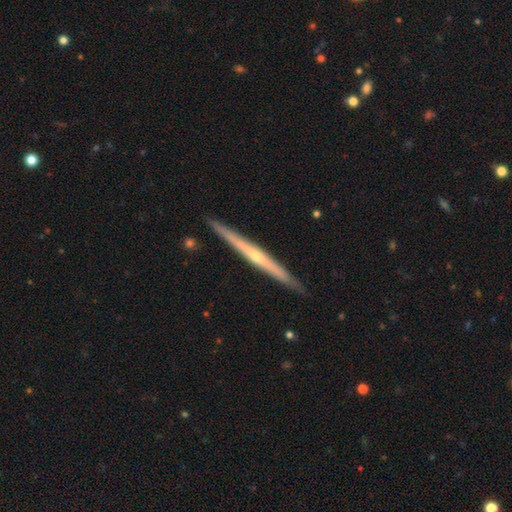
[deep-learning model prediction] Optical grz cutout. It shows a featured or disk galaxy (73%) viewed edge-on (97%) with a rounded central bulge (57%). Merging: none (91%).